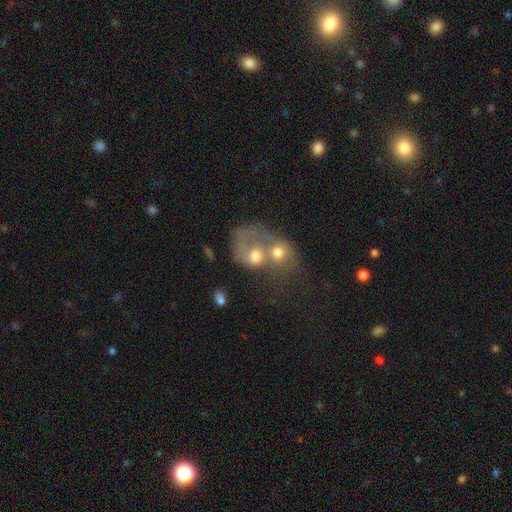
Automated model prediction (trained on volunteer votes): smooth-or-featured: smooth: 49% | featured or disk: 41% | star or artifact: 10%
  merging: merger: 80% | major disturbance: 9% | none: 7% | minor disturbance: 4%